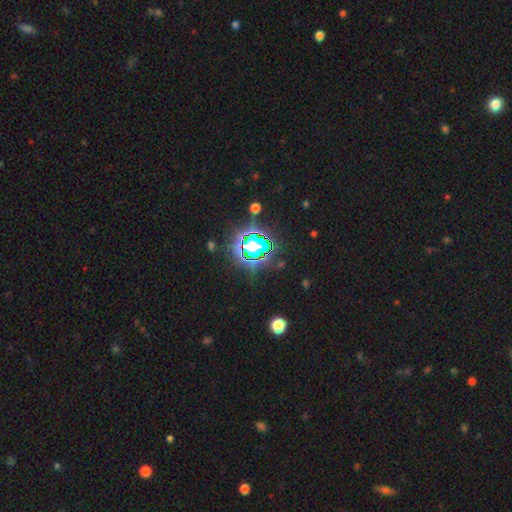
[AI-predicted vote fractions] Morphology: type=star or artifact (80%).